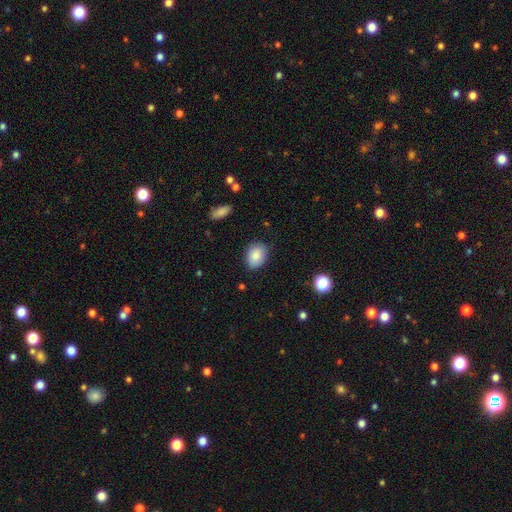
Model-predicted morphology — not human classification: This appears to be a smooth galaxy with no disk features (86%) that is in between round and cigar-shaped (71%). Merging: none (84%).